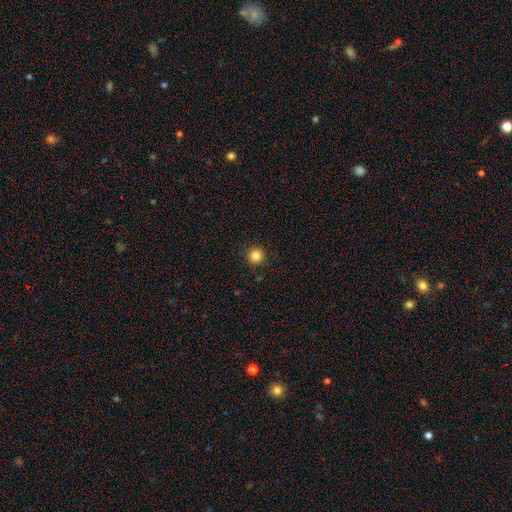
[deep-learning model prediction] Smooth or featured?
  - smooth: 85% *
  - star or artifact: 11%
  - featured or disk: 4%
How rounded?
  - round: 96% *
  - in between: 3%
  - cigar-shaped: 1%
Merging?
  - none: 92% *
  - minor disturbance: 5%
  - major disturbance: 2%
  - merger: 1%